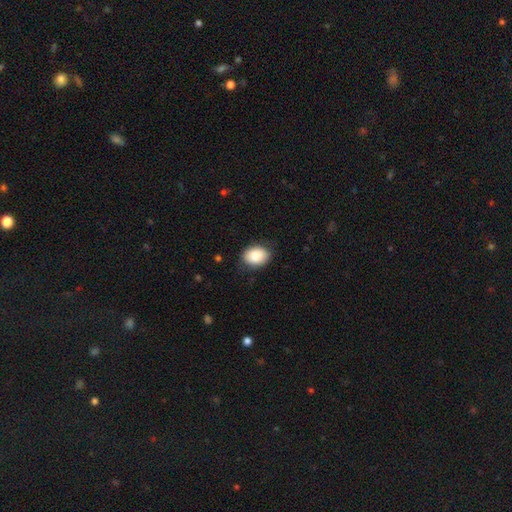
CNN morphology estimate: Smooth or featured? Predicted: smooth (p=0.88). How rounded? Predicted: in between (p=0.68). Merging? Predicted: none (p=0.81).